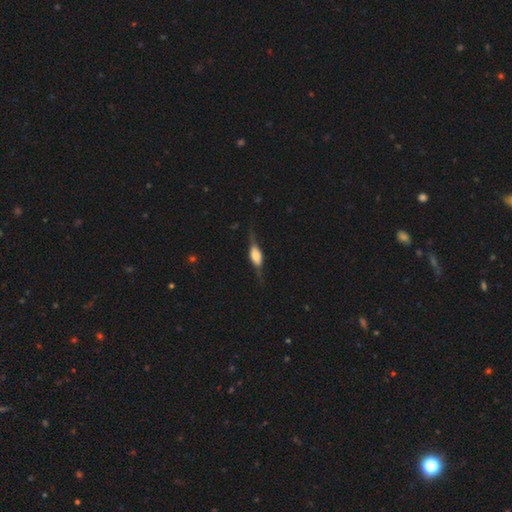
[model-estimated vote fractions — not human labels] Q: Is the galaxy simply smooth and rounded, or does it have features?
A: featured or disk — 58%.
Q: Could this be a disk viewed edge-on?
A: yes — 89%.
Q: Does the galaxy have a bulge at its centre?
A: rounded — 73%.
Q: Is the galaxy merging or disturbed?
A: none — 69%.